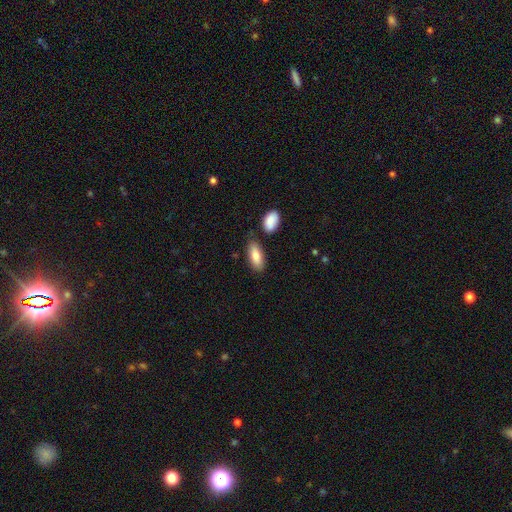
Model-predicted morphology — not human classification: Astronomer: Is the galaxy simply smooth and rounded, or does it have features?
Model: smooth — 82%.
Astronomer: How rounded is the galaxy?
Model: in between — 82%.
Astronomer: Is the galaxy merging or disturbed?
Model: none — 75%.